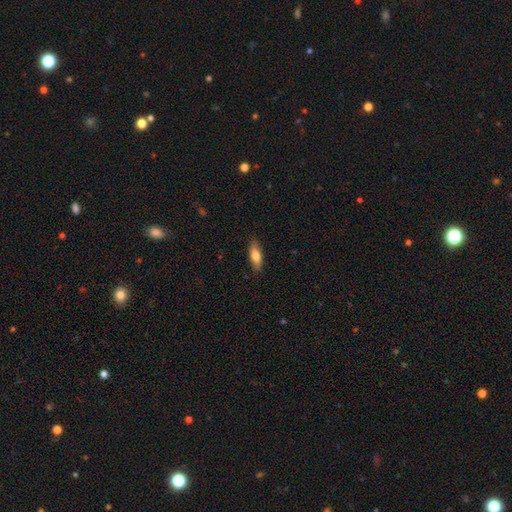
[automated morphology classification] A smooth galaxy with no disk features (73%) that is in between round and cigar-shaped (57%).

Vote fractions:
- Smooth or featured? smooth: 73% / featured or disk: 20% / star or artifact: 6%
- How rounded? in between: 57% / cigar-shaped: 41% / round: 2%
- Merging? none: 85% / minor disturbance: 11% / major disturbance: 2% / merger: 1%